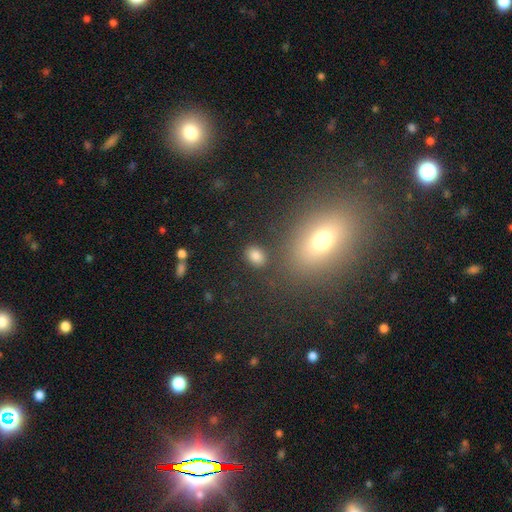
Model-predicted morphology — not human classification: Smooth or featured? smooth (83%)
How rounded? in between (69%)
Merging? none (83%)